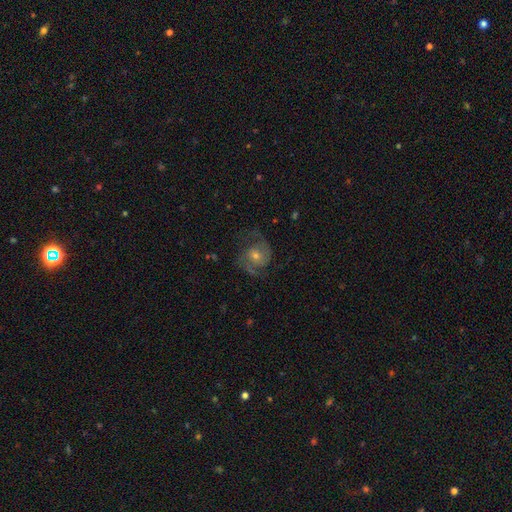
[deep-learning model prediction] Morphology: type=featured or disk (77%); edge-on=no (98%); bar=no (66%); spiral arms=yes (93%); winding=medium (52%); arm count=2 (86%); bulge=small (51%); merging=none (68%).